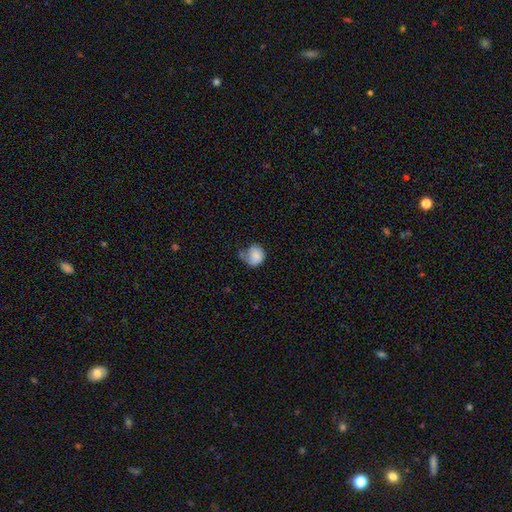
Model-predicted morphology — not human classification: This is clearly a smooth galaxy (83%). How rounded: likely round (68%). Merging: marginally none (42%).